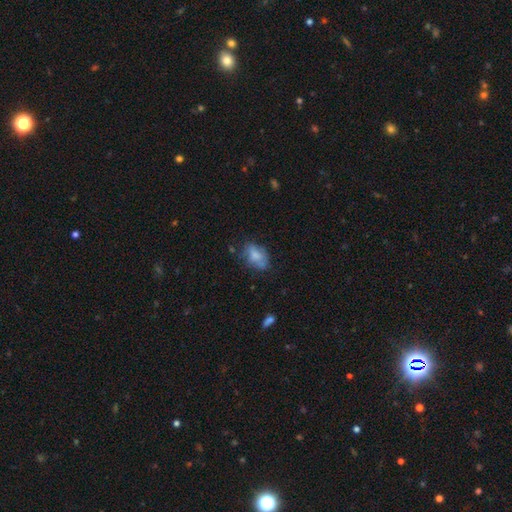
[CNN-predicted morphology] This appears to be a smooth galaxy with no disk features (69%) that is in between round and cigar-shaped (84%). Merging: none (54%).